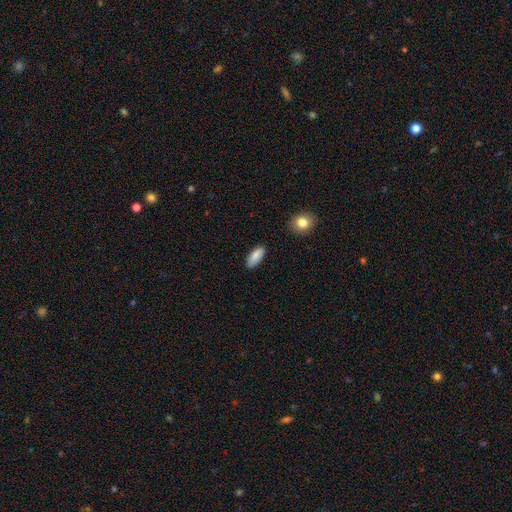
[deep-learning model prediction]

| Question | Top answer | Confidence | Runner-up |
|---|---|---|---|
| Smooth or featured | smooth | 84% | featured or disk (10%) |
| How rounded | in between | 84% | cigar-shaped (14%) |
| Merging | none | 84% | minor disturbance (12%) |